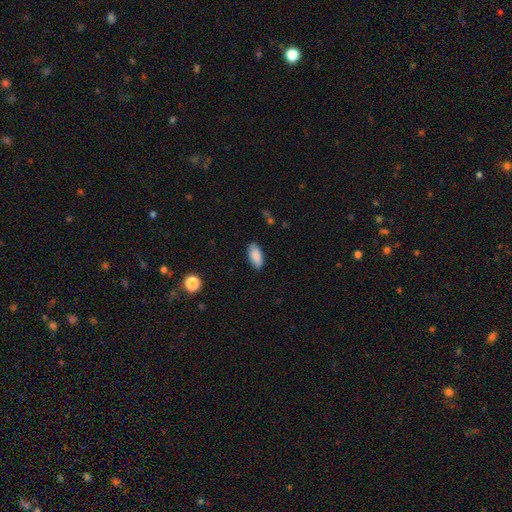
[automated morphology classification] Smooth or featured? smooth (89%)
How rounded? in between (92%)
Merging? none (88%)